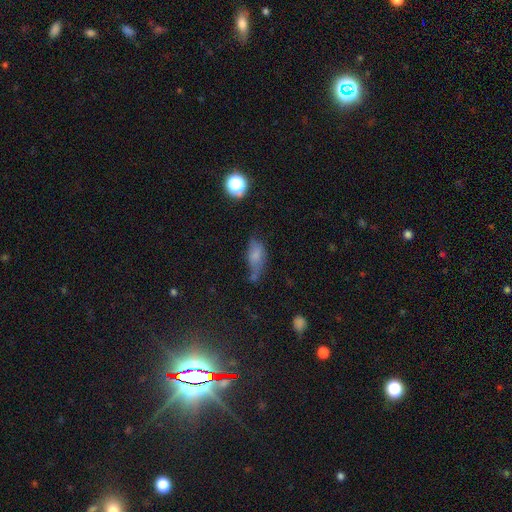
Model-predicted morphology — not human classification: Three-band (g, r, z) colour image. It shows a smooth galaxy with no disk features (66%) that is in between round and cigar-shaped (77%). Merging: none (41%).